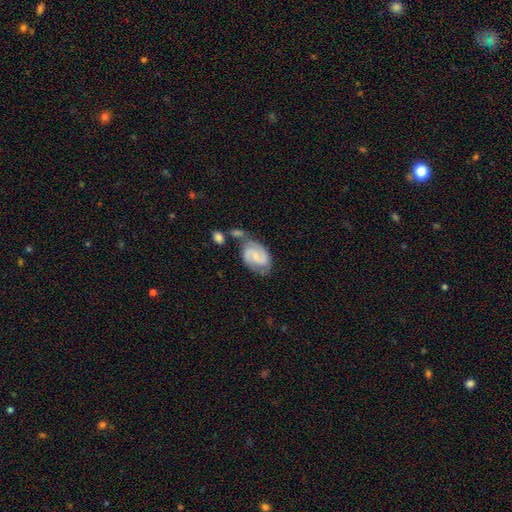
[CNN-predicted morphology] This is likely a featured or disk galaxy (79%). It is clearly not viewed edge-on (98%). Bar: possibly weak (48%). Spiral arm pattern: clearly yes (95%). Spiral arm count: clearly 2 (90%). Spiral winding: possibly medium (52%). Central bulge: likely small (62%). Merging: possibly none (54%).